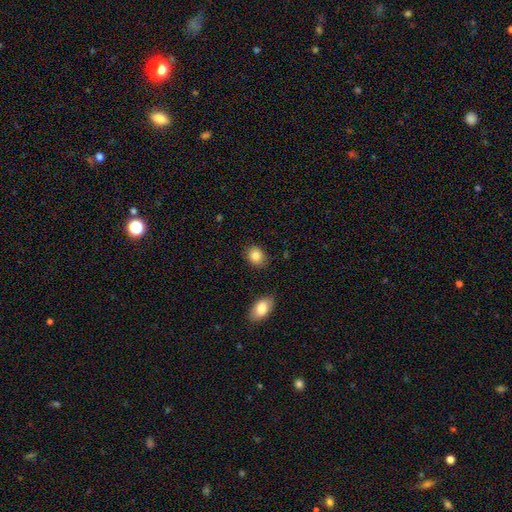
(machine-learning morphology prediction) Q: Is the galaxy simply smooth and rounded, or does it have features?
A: smooth — 85%.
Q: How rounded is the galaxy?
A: round — 55%.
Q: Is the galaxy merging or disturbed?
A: none — 84%.